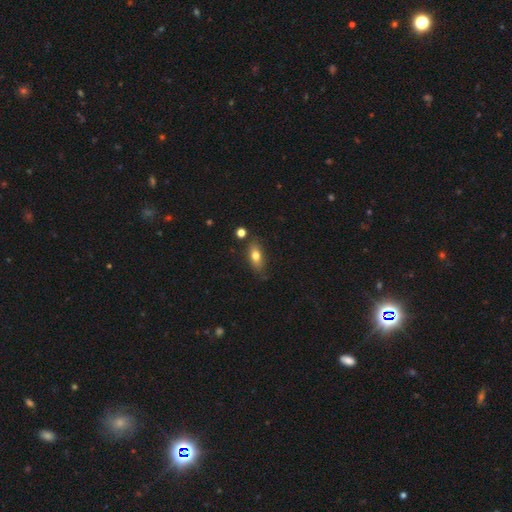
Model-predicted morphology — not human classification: smooth-or-featured: smooth: 74% | featured or disk: 18% | star or artifact: 9%
  how-rounded: in between: 77% | cigar-shaped: 16% | round: 7%
  merging: none: 75% | minor disturbance: 17% | merger: 4% | major disturbance: 4%